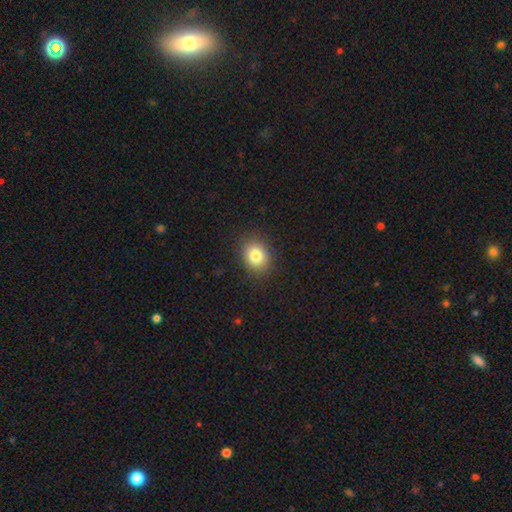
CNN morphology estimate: Overall: smooth (82%). How rounded: round (54%; in between 45%). Merging: none (88%).